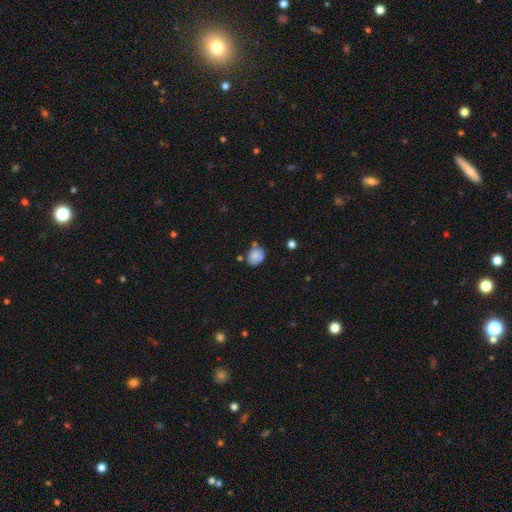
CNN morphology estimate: smooth_or_featured: smooth (p=0.82) [alt: star or artifact p=0.09]
how_rounded: round (p=0.54) [alt: in between p=0.45]
merging: none (p=0.57) [alt: minor disturbance p=0.25]